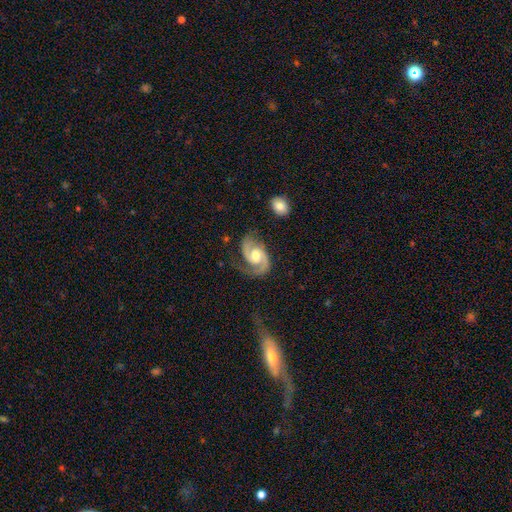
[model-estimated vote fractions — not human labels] Smooth or featured? Predicted: featured or disk (p=0.90). Edge-on disk? Predicted: no (p=0.98). Bar? Predicted: no (p=0.54). Spiral arms? Predicted: yes (p=0.98). Spiral winding? Predicted: medium (p=0.54). Spiral arm count? Predicted: 2 (p=0.89). Bulge size? Predicted: moderate (p=0.71). Merging? Predicted: none (p=0.69).